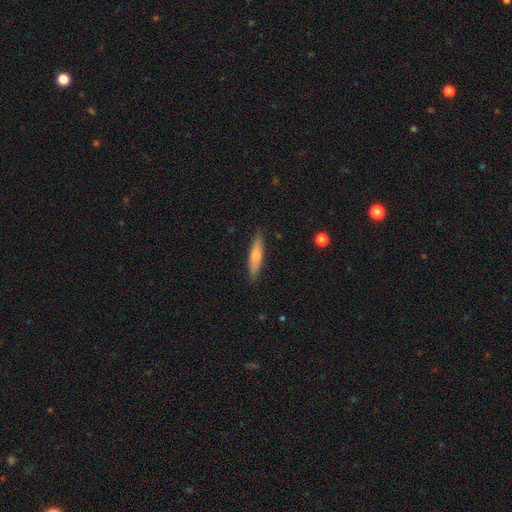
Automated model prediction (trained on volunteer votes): Smooth or featured? Predicted: smooth (p=0.63). How rounded? Predicted: cigar-shaped (p=0.79). Merging? Predicted: none (p=0.87).